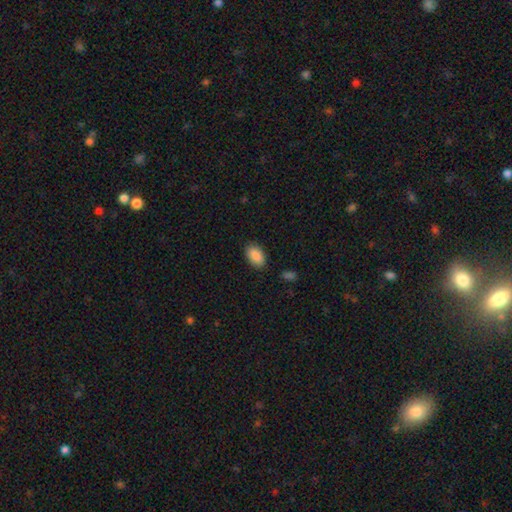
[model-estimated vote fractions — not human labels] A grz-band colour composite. It shows a smooth galaxy with no disk features (89%) that is in between round and cigar-shaped (93%). Merging: none (86%).